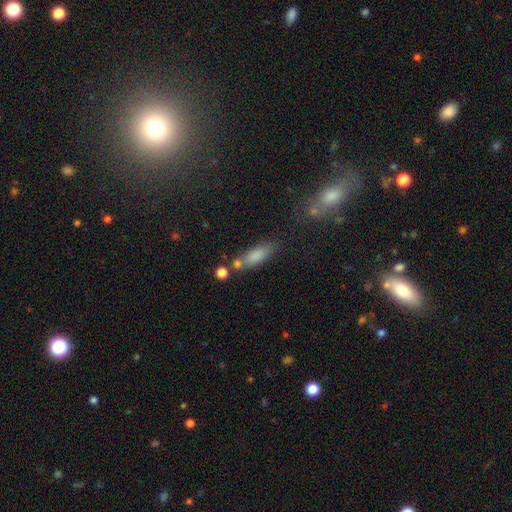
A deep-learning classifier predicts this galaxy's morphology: Smooth or featured?
  - smooth: 80% *
  - featured or disk: 11%
  - star or artifact: 9%
How rounded?
  - in between: 59% *
  - cigar-shaped: 37%
  - round: 4%
Merging?
  - none: 56% *
  - minor disturbance: 19%
  - merger: 17%
  - major disturbance: 7%